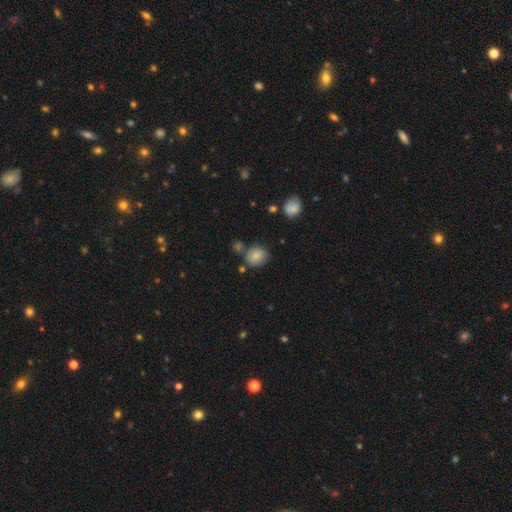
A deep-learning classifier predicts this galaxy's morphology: smooth-or-featured: smooth: 83% | star or artifact: 10% | featured or disk: 8%
  how-rounded: round: 76% | in between: 23% | cigar-shaped: 1%
  merging: none: 70% | minor disturbance: 15% | merger: 11% | major disturbance: 4%